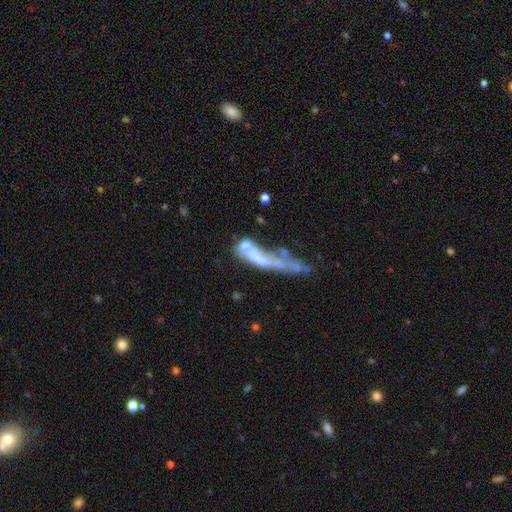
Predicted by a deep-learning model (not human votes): A featured or disk galaxy (52%).

Vote fractions:
- Smooth or featured? featured or disk: 52% / smooth: 33% / star or artifact: 15%
- Edge-on disk? no: 74% / yes: 26%
- Merging? major disturbance: 31% (tied) / merger: 31% (tied) / none: 22% / minor disturbance: 15%